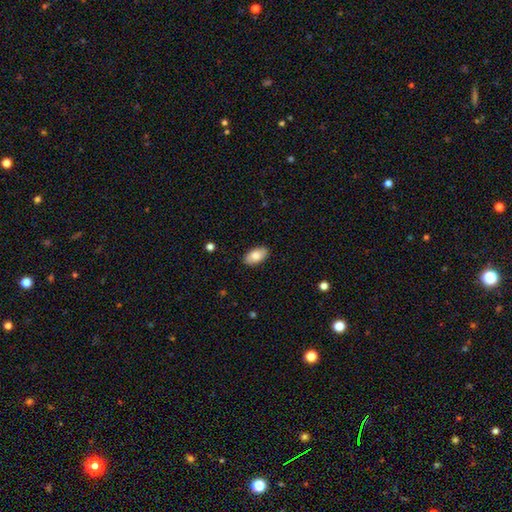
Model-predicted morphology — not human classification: The model was most divided on "smooth or featured": smooth: 82%, featured or disk: 12%, star or artifact: 6%. More confident: how rounded — in between (94%); merging — none (88%).